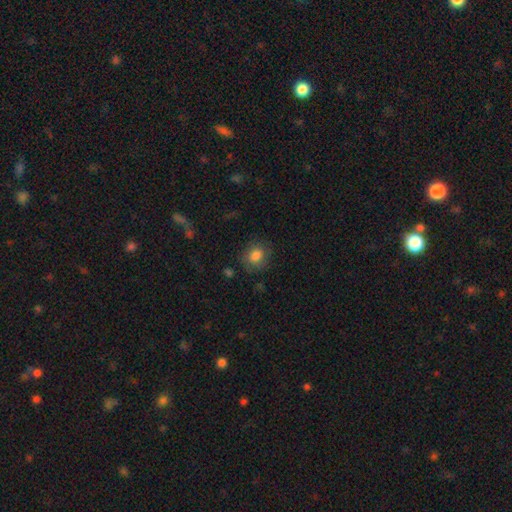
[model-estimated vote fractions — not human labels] Smooth or featured?
  - smooth: 81% *
  - star or artifact: 10%
  - featured or disk: 9%
How rounded?
  - round: 67% *
  - in between: 32%
  - cigar-shaped: 1%
Merging?
  - none: 76% *
  - minor disturbance: 16%
  - major disturbance: 6%
  - merger: 2%